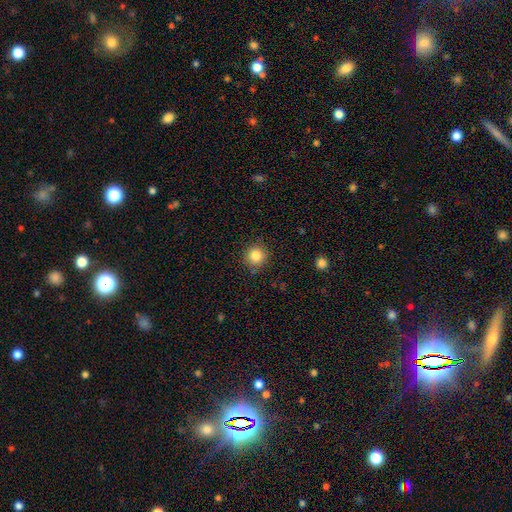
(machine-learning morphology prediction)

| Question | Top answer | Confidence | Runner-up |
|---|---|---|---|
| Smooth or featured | smooth | 84% | star or artifact (11%) |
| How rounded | round | 93% | in between (6%) |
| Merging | none | 89% | minor disturbance (8%) |